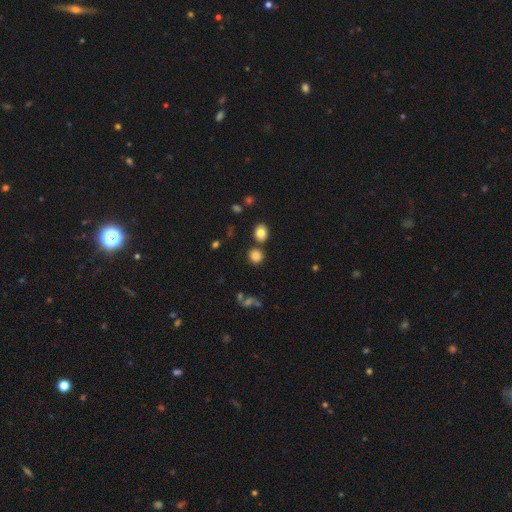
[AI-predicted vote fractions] Smooth or featured? smooth (82%)
How rounded? round (82%)
Merging? none (75%)